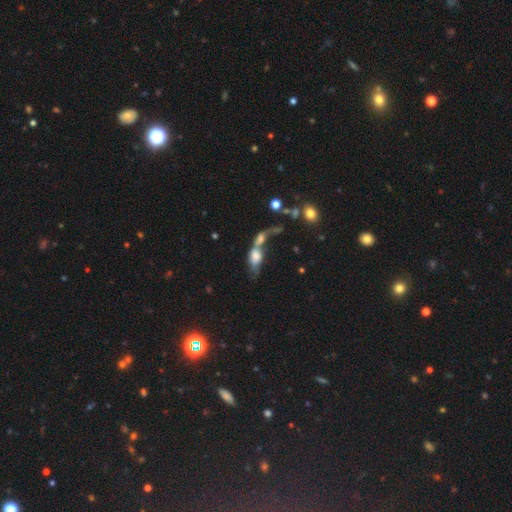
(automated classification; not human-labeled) A smooth galaxy with no disk features (57%) that is in between round and cigar-shaped (74%). Merging: merger (71%).